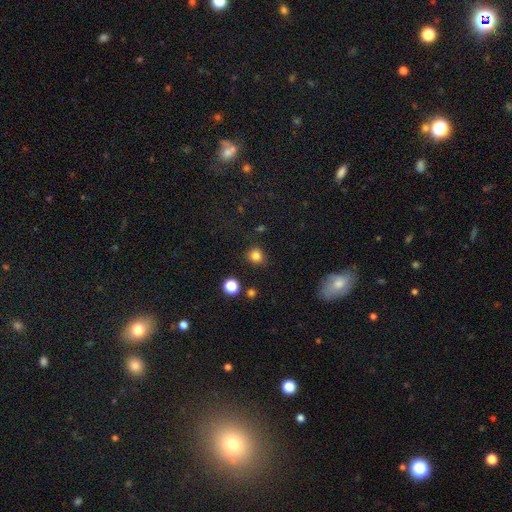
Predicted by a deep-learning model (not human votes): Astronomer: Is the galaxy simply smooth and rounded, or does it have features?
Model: smooth — 82%.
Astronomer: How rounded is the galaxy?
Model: round — 84%.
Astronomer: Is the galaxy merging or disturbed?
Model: none — 83%.